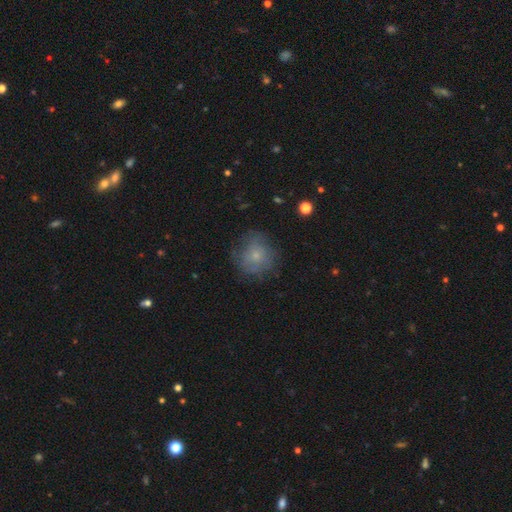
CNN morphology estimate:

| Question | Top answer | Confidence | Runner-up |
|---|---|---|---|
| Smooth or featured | smooth | 60% | featured or disk (30%) |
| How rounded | round | 86% | in between (13%) |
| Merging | none | 67% | minor disturbance (21%) |